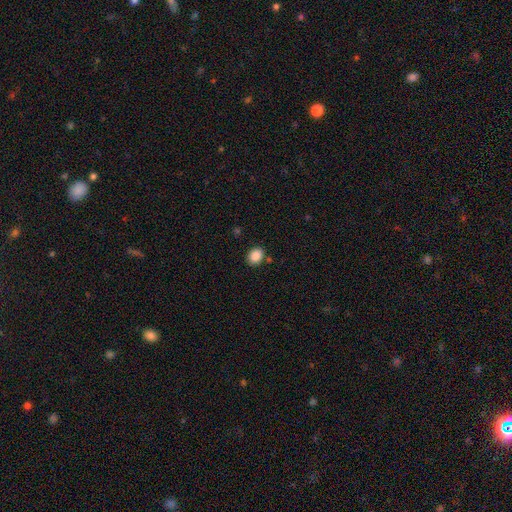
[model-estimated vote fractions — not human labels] This is clearly a smooth galaxy (88%). How rounded: possibly in between (53%). Merging: clearly none (85%).